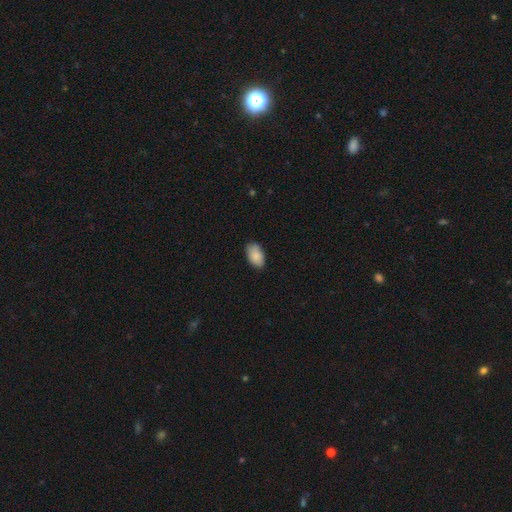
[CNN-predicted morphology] Overall: smooth (88%). How rounded: in between (93%). Merging: none (81%).